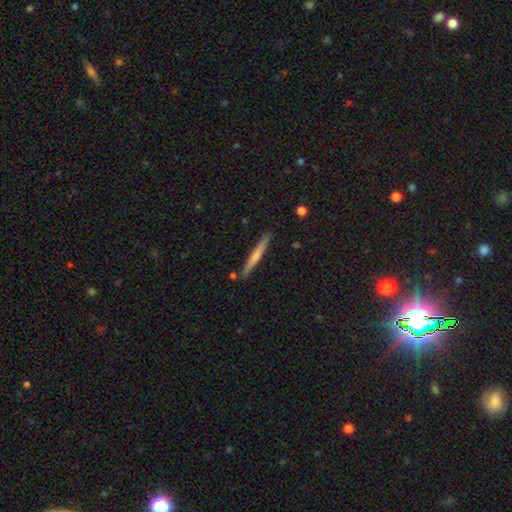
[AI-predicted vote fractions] A smooth galaxy with no disk features (50%).

Vote fractions:
- Smooth or featured? smooth: 50% / featured or disk: 44% / star or artifact: 6%
- Merging? none: 87% / minor disturbance: 8% / merger: 3% / major disturbance: 2%